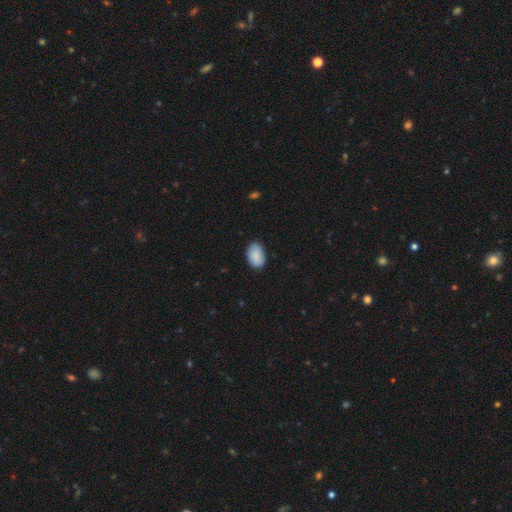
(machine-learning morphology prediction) This is clearly a smooth galaxy (83%). How rounded: clearly in between (90%). Merging: clearly none (82%).